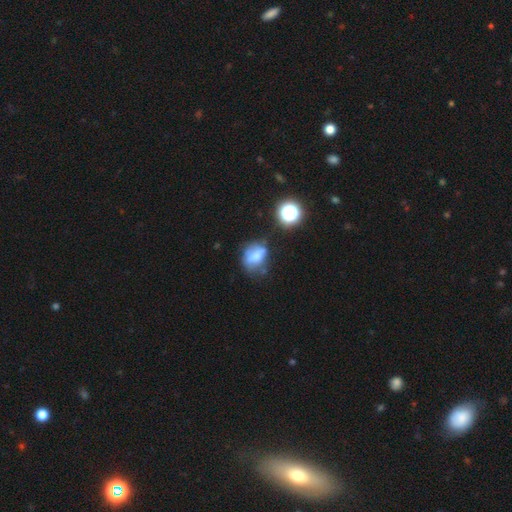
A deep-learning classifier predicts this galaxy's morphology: Smooth or featured?
  - smooth: 57% *
  - featured or disk: 28%
  - star or artifact: 15%
How rounded?
  - in between: 60% *
  - round: 37%
  - cigar-shaped: 3%
Merging?
  - none: 44% *
  - minor disturbance: 30%
  - major disturbance: 17%
  - merger: 8%